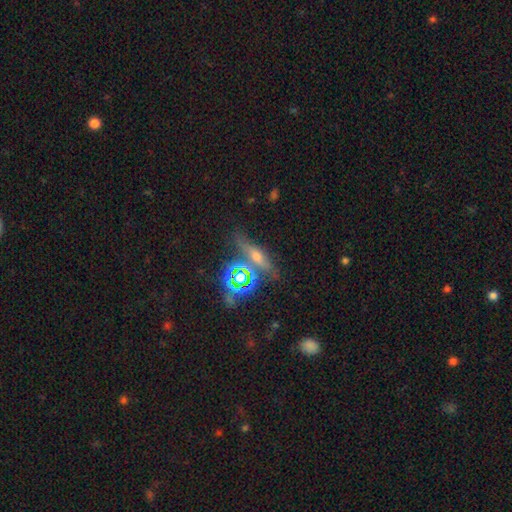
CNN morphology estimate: Smooth or featured?
  - smooth: 40% *
  - star or artifact: 32%
  - featured or disk: 28%
Merging?
  - none: 70% *
  - minor disturbance: 15%
  - merger: 8%
  - major disturbance: 6%